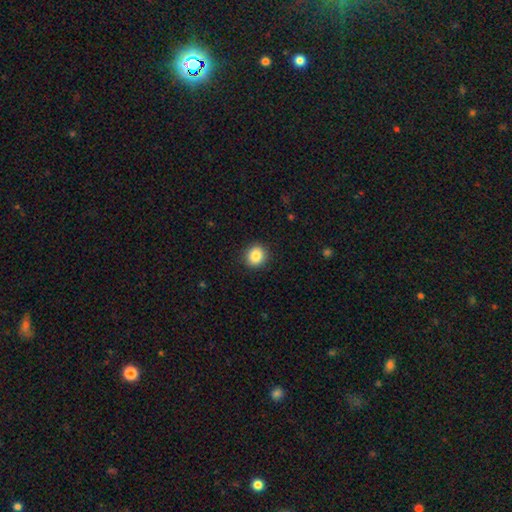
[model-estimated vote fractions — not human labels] smooth 86%, star or artifact 9%, featured or disk 5%. Down the decision tree: how rounded — round (87%); merging — none (91%).